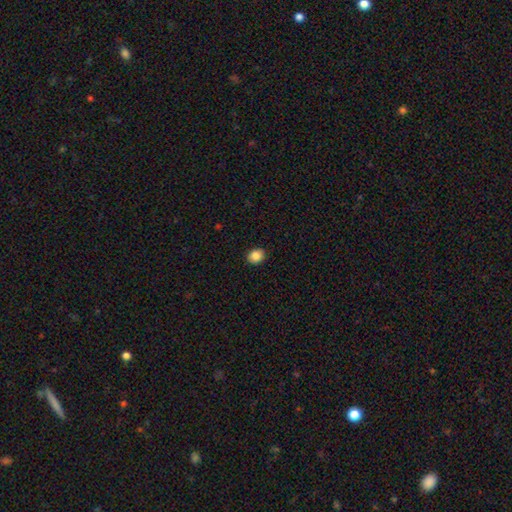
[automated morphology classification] This is clearly a smooth galaxy (87%). How rounded: possibly round (59%). Merging: clearly none (91%).